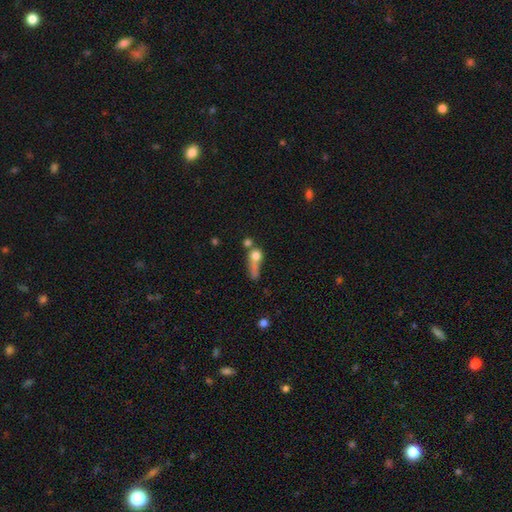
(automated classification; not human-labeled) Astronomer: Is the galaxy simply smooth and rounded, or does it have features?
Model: smooth — 66%.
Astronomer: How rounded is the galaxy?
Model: round — 54%.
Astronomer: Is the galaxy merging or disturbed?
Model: merger — 36% (runner-up: major disturbance, 27%).